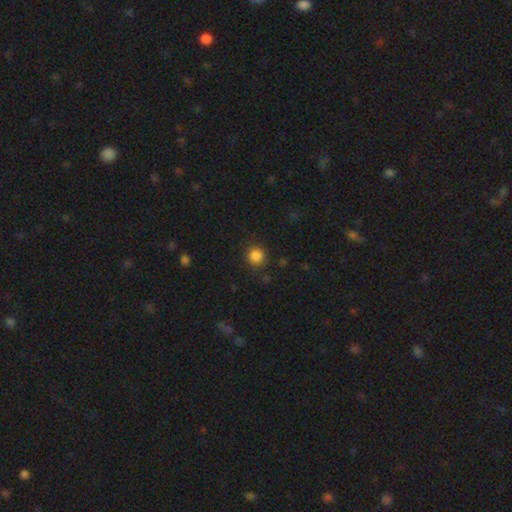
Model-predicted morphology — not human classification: A smooth galaxy with no disk features (85%) that is round (93%).

Vote fractions:
- Smooth or featured? smooth: 85% / star or artifact: 12% / featured or disk: 3%
- How rounded? round: 93% / in between: 6% / cigar-shaped: 1%
- Merging? none: 88% / minor disturbance: 8% / major disturbance: 3% / merger: 1%